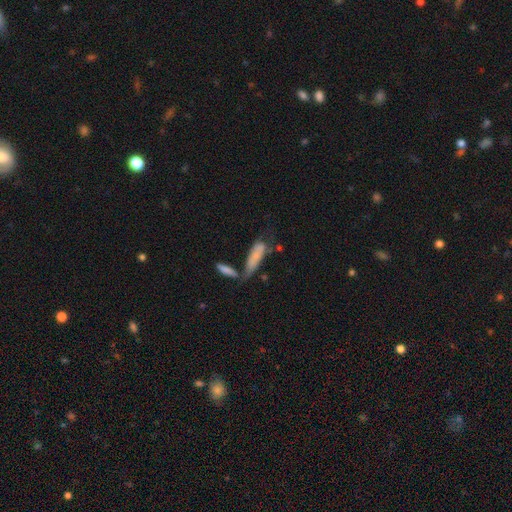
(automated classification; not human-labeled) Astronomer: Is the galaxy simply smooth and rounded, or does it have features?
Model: smooth — 70%.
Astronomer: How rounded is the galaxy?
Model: cigar-shaped — 53% (runner-up: in between, 45%).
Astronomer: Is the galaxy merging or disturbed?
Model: none — 34% (runner-up: merger, 30%).